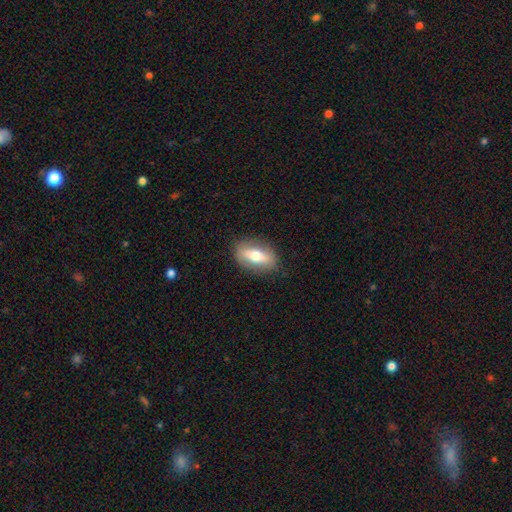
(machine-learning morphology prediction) Smooth or featured? Predicted: smooth (p=0.57). How rounded? Predicted: in between (p=0.81). Merging? Predicted: none (p=0.85).